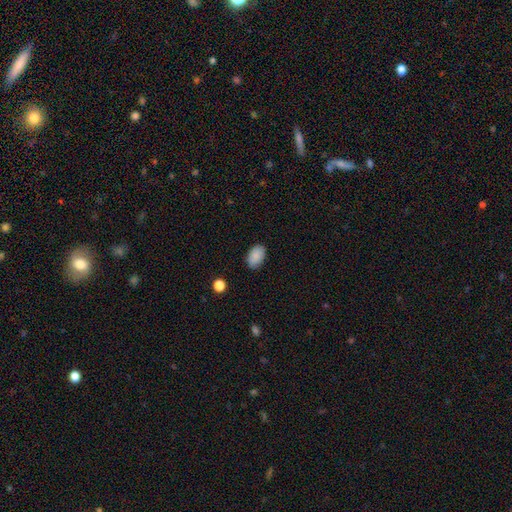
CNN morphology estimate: Overall: smooth (89%). How rounded: in between (92%). Merging: none (87%).